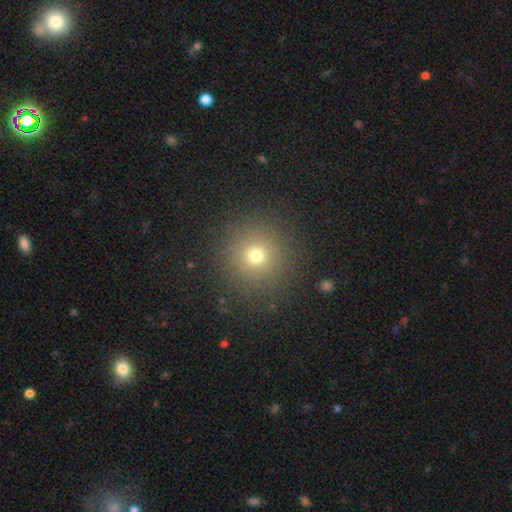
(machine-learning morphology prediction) This is likely a smooth galaxy (71%). How rounded: clearly round (94%). Merging: clearly none (89%).